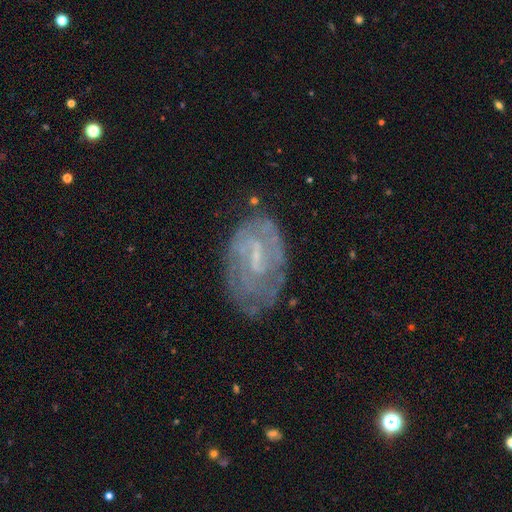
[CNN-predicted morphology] Smooth or featured: featured or disk — 74% (smooth — 18%)
Edge-on disk: no — 96% (yes — 4%)
Bar: weak — 56% (no — 25%)
Spiral arms: yes — 74% (no — 26%)
Spiral winding: tight — 55% (medium — 32%)
Spiral arm count: can't tell — 53% (2 — 27%)
Bulge size: small — 57% (none — 24%)
Merging: none — 63% (minor disturbance — 22%)